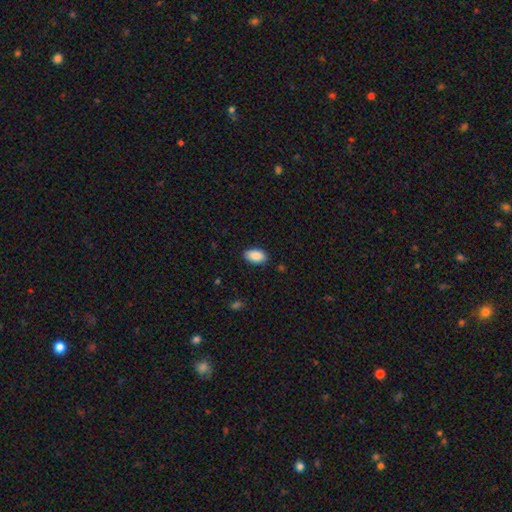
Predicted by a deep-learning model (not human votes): This appears to be a smooth galaxy with no disk features (90%) that is in between round and cigar-shaped (94%). Merging: none (87%).